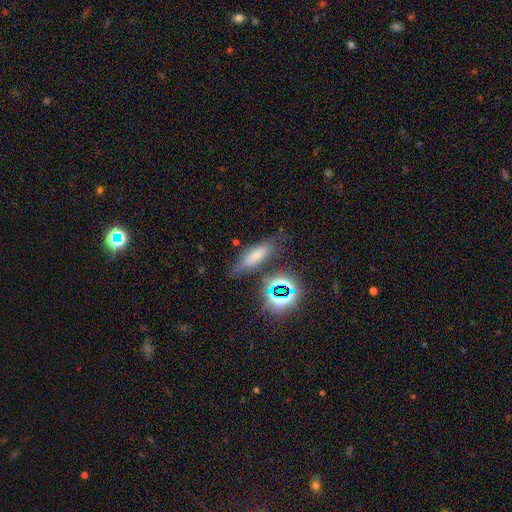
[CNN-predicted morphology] Smooth or featured? Predicted: smooth (p=0.61). How rounded? Predicted: in between (p=0.52). Merging? Predicted: none (p=0.69).